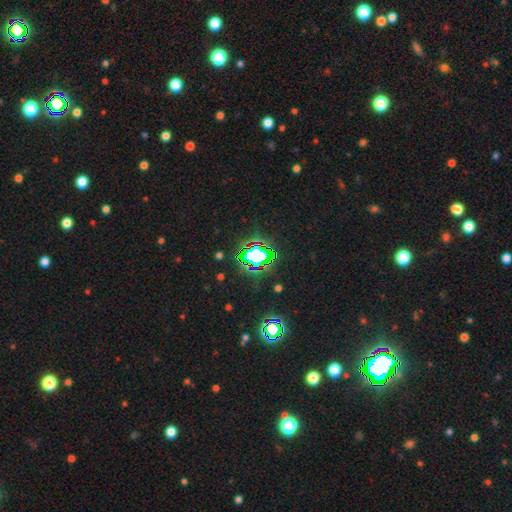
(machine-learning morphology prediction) Smooth or featured: star or artifact — 69% (smooth — 19%)